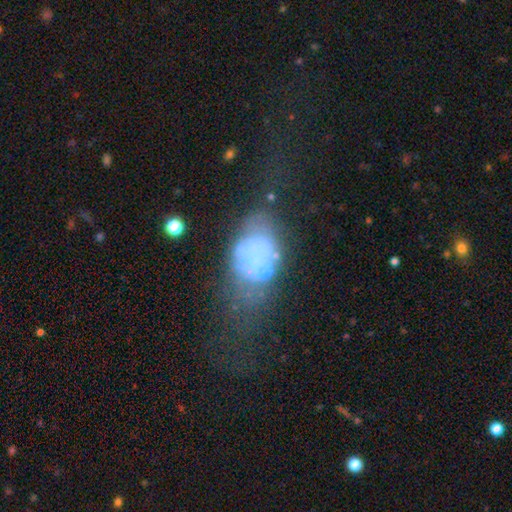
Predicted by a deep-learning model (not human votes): A featured or disk galaxy (52%). Merging: major disturbance (38%).